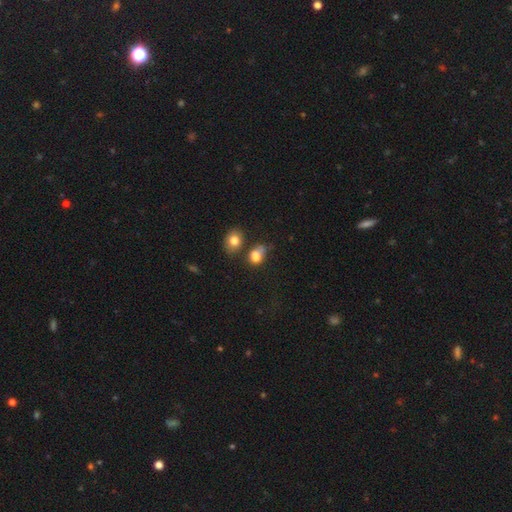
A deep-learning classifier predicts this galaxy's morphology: The model was most divided on "merging": none: 35%, minor disturbance: 25%, merger: 25%, major disturbance: 15%. More confident: smooth or featured — smooth (80%); how rounded — in between (64%).